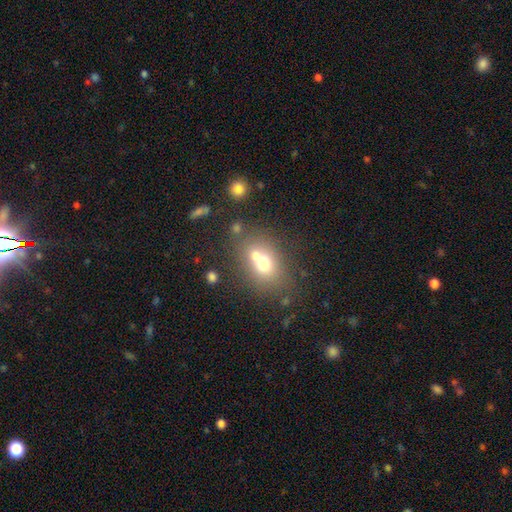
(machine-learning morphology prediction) Smooth or featured? Predicted: smooth (p=0.65). How rounded? Predicted: in between (p=0.56). Merging? Predicted: merger (p=0.46).